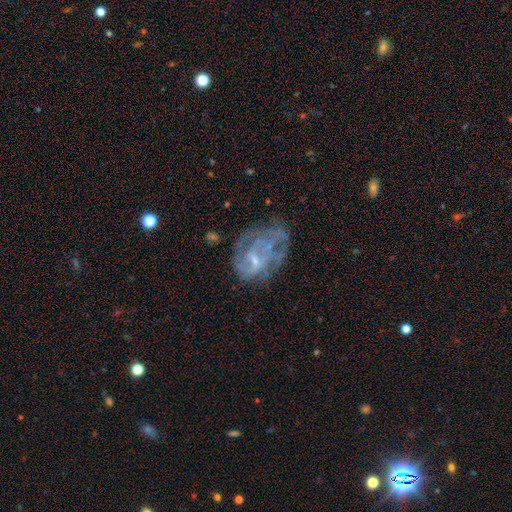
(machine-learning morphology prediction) smooth-or-featured: featured or disk: 64% | star or artifact: 21% | smooth: 15%
  disk-edge-on: no: 96% | yes: 4%
    bar: no: 47% | weak: 41% | strong: 13%
    has-spiral-arms: yes: 79% | no: 21%
    bulge-size: small: 63% | moderate: 24% | none: 10% | large: 2% | dominant: 1%
  merging: none: 64% | minor disturbance: 18% | major disturbance: 14% | merger: 3%